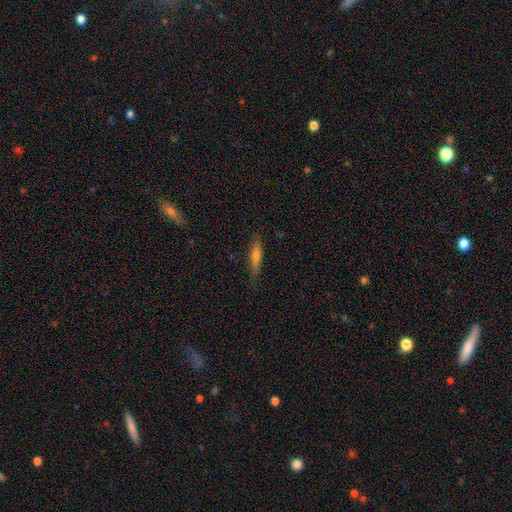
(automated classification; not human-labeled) Smooth or featured?
  - smooth: 57% *
  - featured or disk: 36%
  - star or artifact: 7%
How rounded?
  - cigar-shaped: 80% *
  - in between: 18%
  - round: 2%
Merging?
  - none: 84% *
  - minor disturbance: 12%
  - major disturbance: 2%
  - merger: 1%